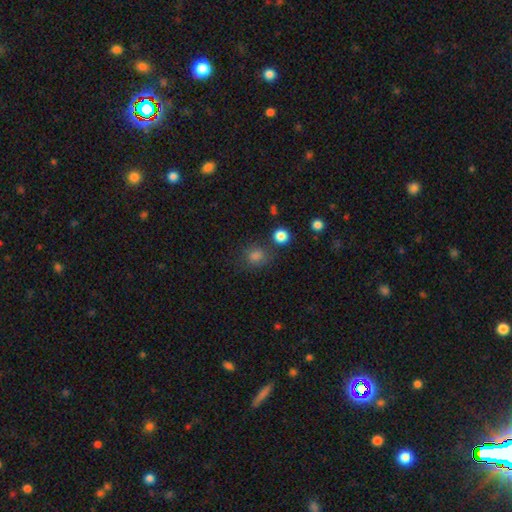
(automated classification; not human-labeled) The model was most divided on "how rounded": round: 74%, in between: 25%, cigar-shaped: 1%. More confident: smooth or featured — smooth (77%); merging — none (74%).